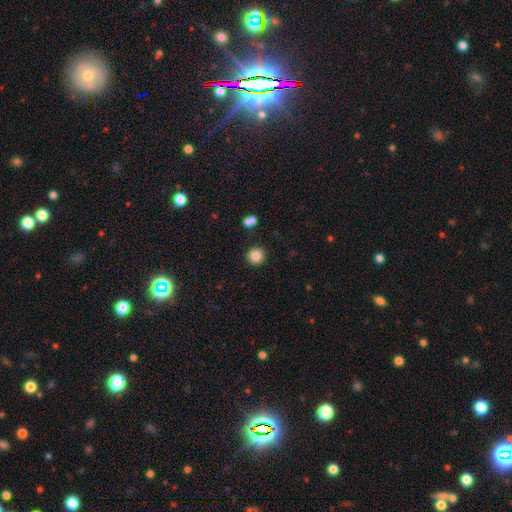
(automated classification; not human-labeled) Morphology: type=smooth (84%); roundness=round (93%); merging=none (89%).